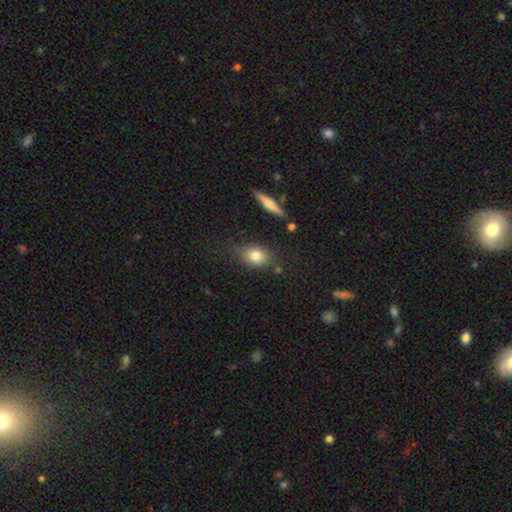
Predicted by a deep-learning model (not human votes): Q: Smooth or featured?
A: smooth (79%); runner-up: featured or disk (12%)
Q: How rounded?
A: in between (66%); runner-up: round (30%)
Q: Merging?
A: none (75%); runner-up: minor disturbance (16%)